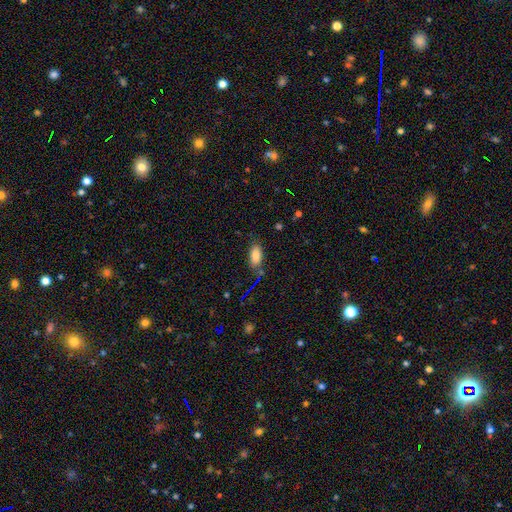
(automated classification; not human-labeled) The model was most divided on "merging": none: 75%, minor disturbance: 16%, merger: 5%, major disturbance: 4%. More confident: how rounded — in between (89%); smooth or featured — smooth (83%).